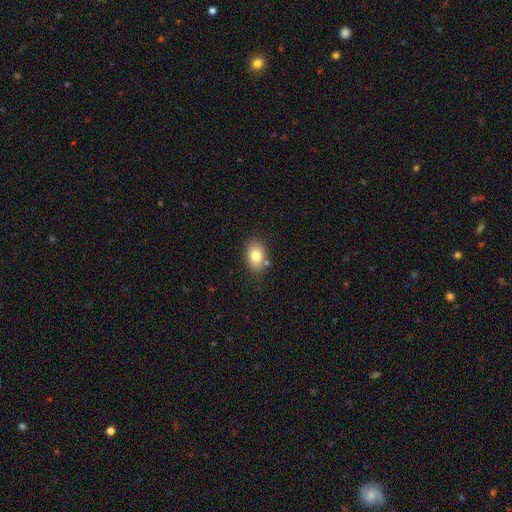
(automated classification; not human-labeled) Smooth or featured? smooth (79%)
How rounded? in between (77%)
Merging? none (79%)